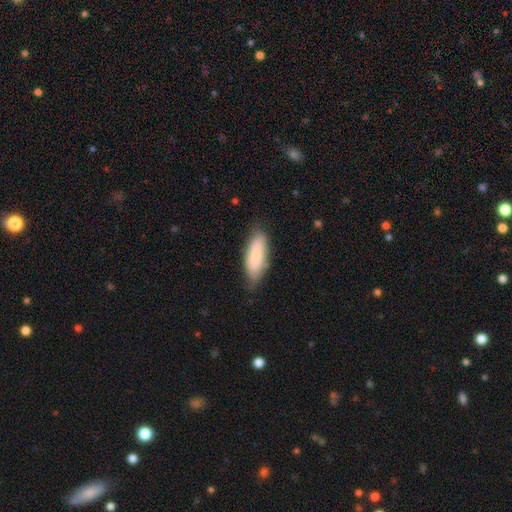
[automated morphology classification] smooth_or_featured: smooth (p=0.72) [alt: featured or disk p=0.22]
how_rounded: in between (p=0.72) [alt: cigar-shaped p=0.26]
merging: none (p=0.75) [alt: minor disturbance p=0.20]